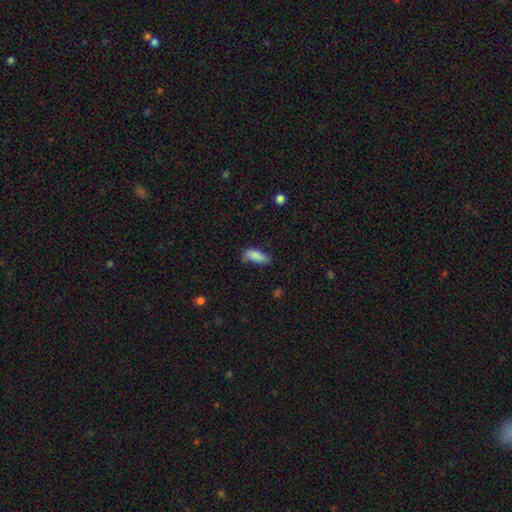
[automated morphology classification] This appears to be a smooth galaxy with no disk features (84%) that is in between round and cigar-shaped (73%). Merging: none (62%).